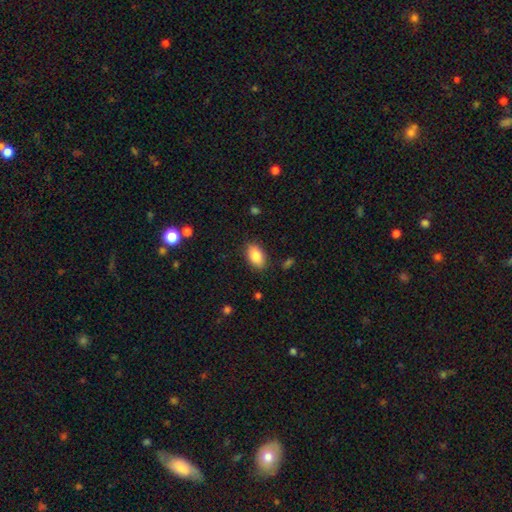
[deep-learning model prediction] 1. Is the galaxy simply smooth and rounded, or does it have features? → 87% smooth, 7% star or artifact, 6% featured or disk.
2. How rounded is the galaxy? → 92% in between, 6% round, 3% cigar-shaped.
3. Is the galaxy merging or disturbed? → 86% none, 10% minor disturbance, 3% major disturbance, 1% merger.